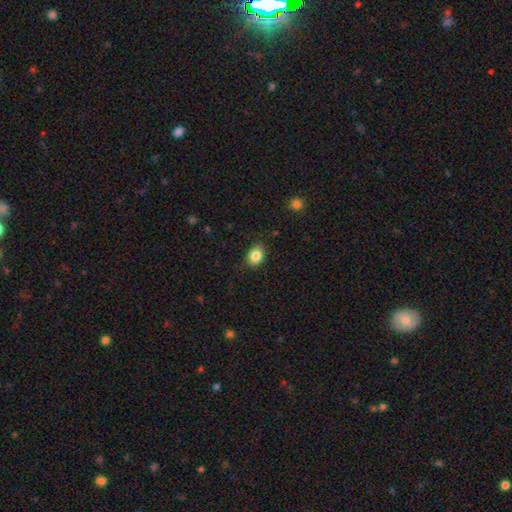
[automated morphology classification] Smooth or featured? smooth (86%)
How rounded? in between (62%)
Merging? none (85%)